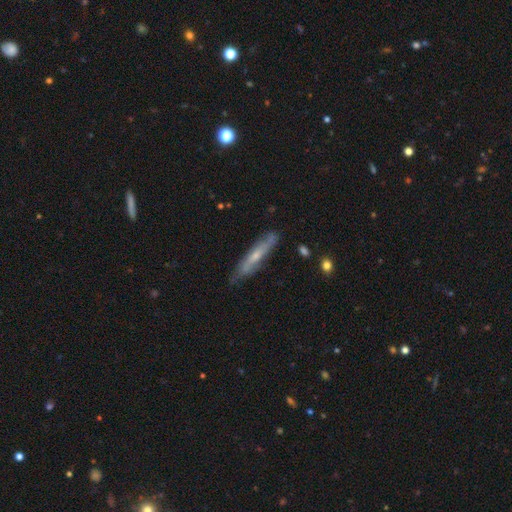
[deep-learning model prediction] Smooth or featured? Predicted: featured or disk (p=0.55). Edge-on disk? Predicted: yes (p=0.65). Merging? Predicted: none (p=0.73).